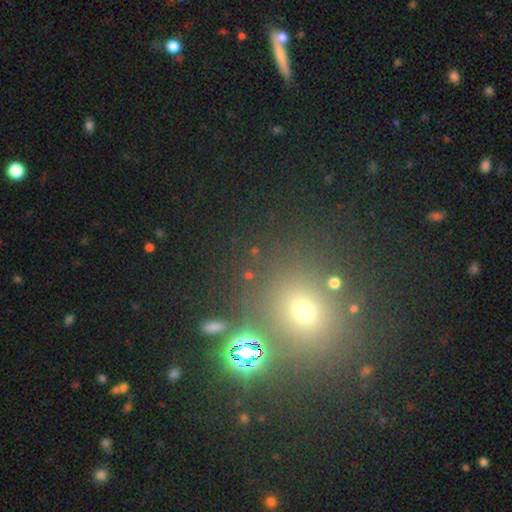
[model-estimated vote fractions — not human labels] star or artifact 45% (tied), smooth 45% (tied), featured or disk 10%.